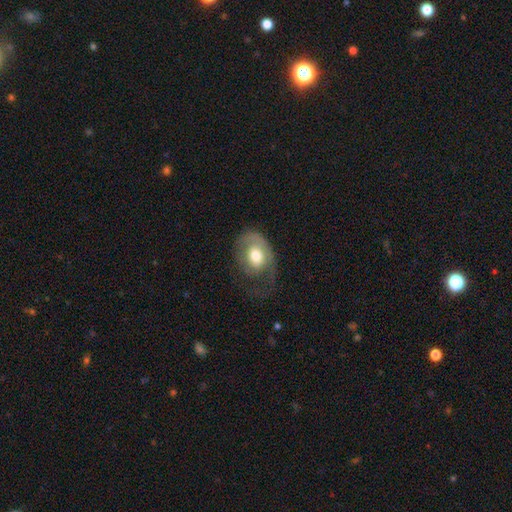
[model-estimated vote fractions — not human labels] Q: Smooth or featured?
A: smooth (51%); runner-up: featured or disk (42%)
Q: How rounded?
A: in between (66%); runner-up: round (33%)
Q: Merging?
A: major disturbance (37%); runner-up: none (36%)